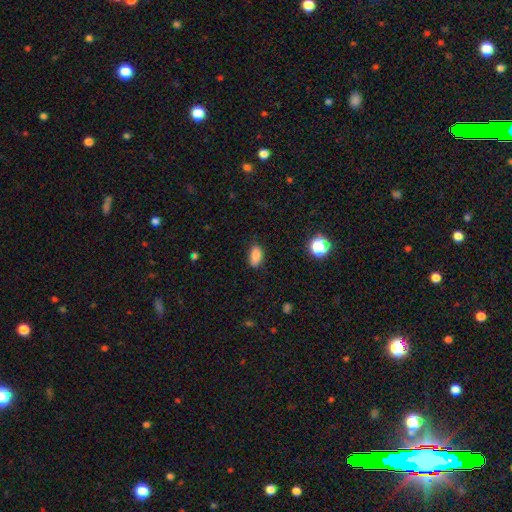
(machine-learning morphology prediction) Smooth or featured? Predicted: smooth (p=0.85). How rounded? Predicted: in between (p=0.90). Merging? Predicted: none (p=0.82).